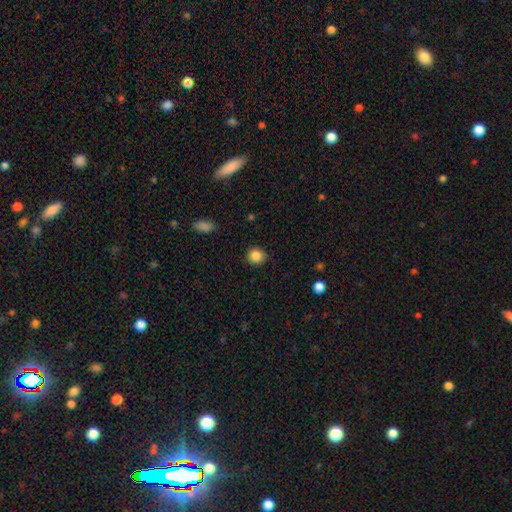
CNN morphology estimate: type=smooth (86%); roundness=round (87%); merging=none (87%).